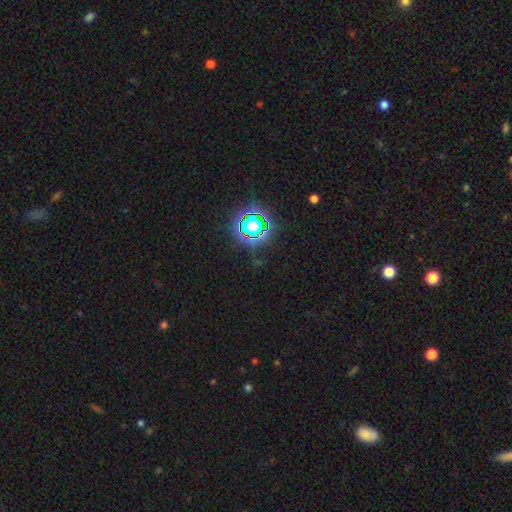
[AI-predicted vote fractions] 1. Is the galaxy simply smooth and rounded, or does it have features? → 80% star or artifact, 13% smooth, 7% featured or disk.